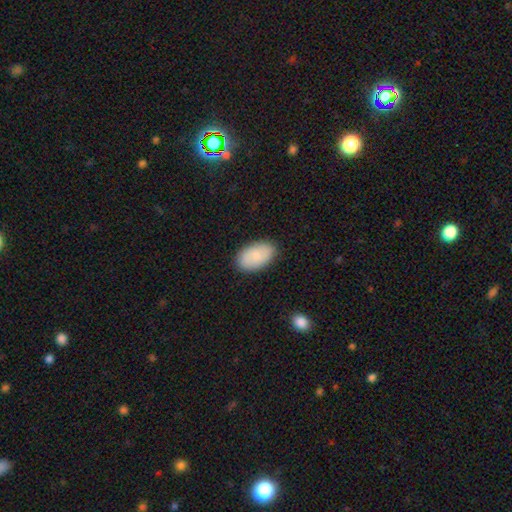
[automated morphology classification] A smooth galaxy with no disk features (79%) that is in between round and cigar-shaped (94%).

Vote fractions:
- Smooth or featured? smooth: 79% / featured or disk: 14% / star or artifact: 6%
- How rounded? in between: 94% / round: 5% / cigar-shaped: 1%
- Merging? none: 87% / minor disturbance: 10% / major disturbance: 2% / merger: 1%